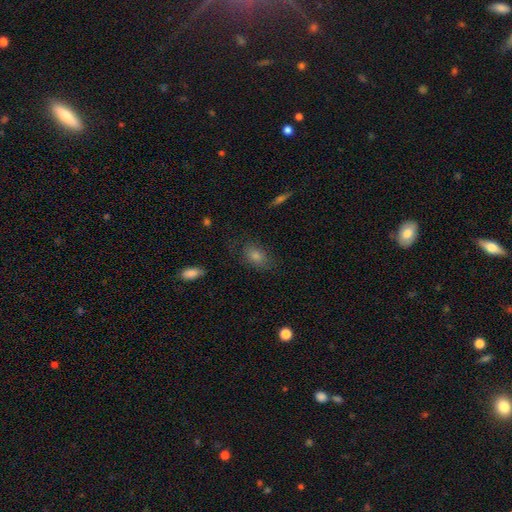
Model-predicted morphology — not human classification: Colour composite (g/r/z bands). It shows a smooth galaxy with no disk features (69%) that is in between round and cigar-shaped (77%). Merging: none (73%).